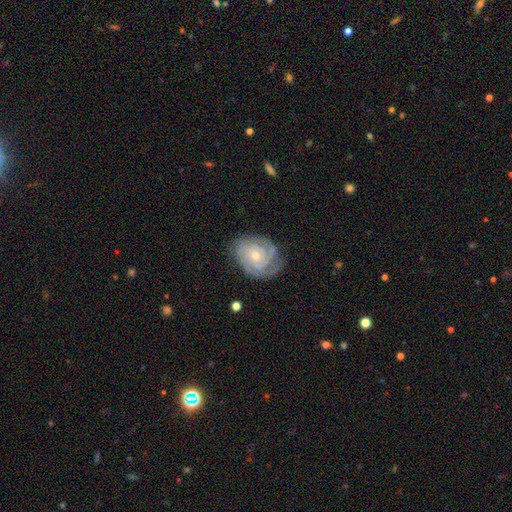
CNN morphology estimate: This appears to be a featured or disk galaxy (80%) with no bar (75%), tight (69%) spiral arms (94%) and a small central bulge (58%). Merging: none (68%).